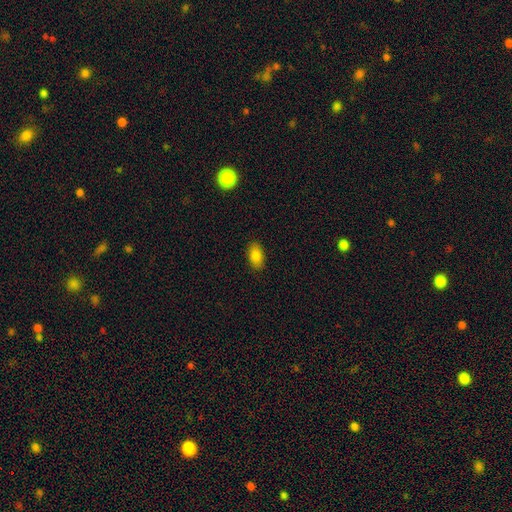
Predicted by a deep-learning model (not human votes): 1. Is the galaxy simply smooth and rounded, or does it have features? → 83% smooth, 9% star or artifact, 8% featured or disk.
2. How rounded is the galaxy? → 92% in between, 5% round, 3% cigar-shaped.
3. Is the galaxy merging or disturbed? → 88% none, 9% minor disturbance, 2% major disturbance, 1% merger.